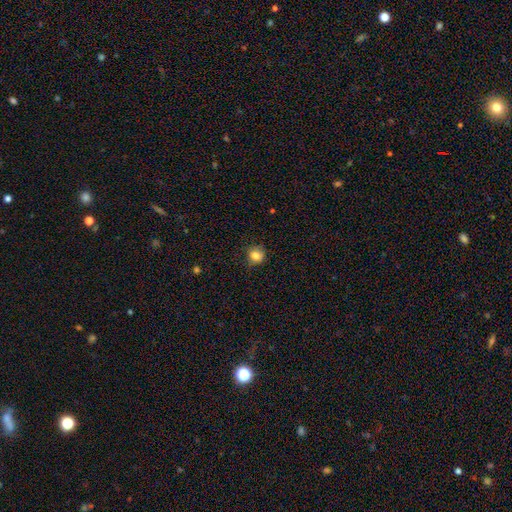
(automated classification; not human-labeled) This appears to be a smooth galaxy with no disk features (82%) that is round (86%). Merging: none (82%).